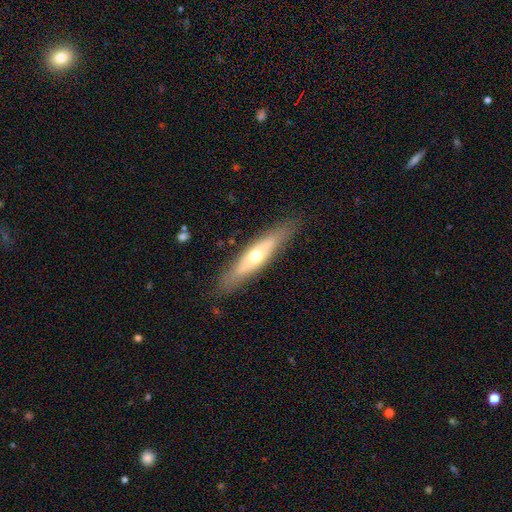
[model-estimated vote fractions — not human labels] smooth-or-featured: featured or disk: 50% | smooth: 44% | star or artifact: 6%
  disk-edge-on: yes: 65% | no: 35%
  merging: none: 83% | minor disturbance: 12% | major disturbance: 3% | merger: 1%